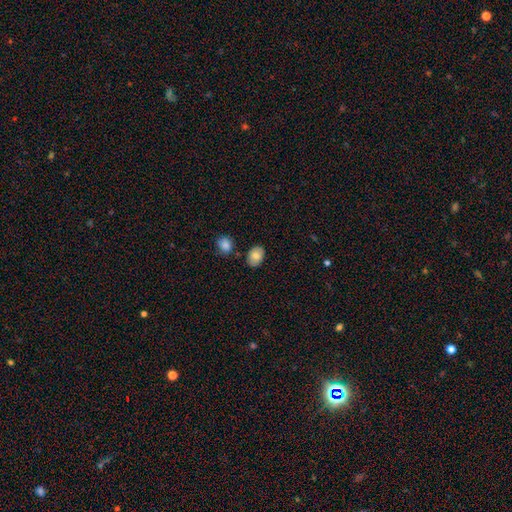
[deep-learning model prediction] Smooth or featured: smooth — 82% (featured or disk — 10%)
How rounded: in between — 77% (round — 22%)
Merging: none — 80% (minor disturbance — 13%)